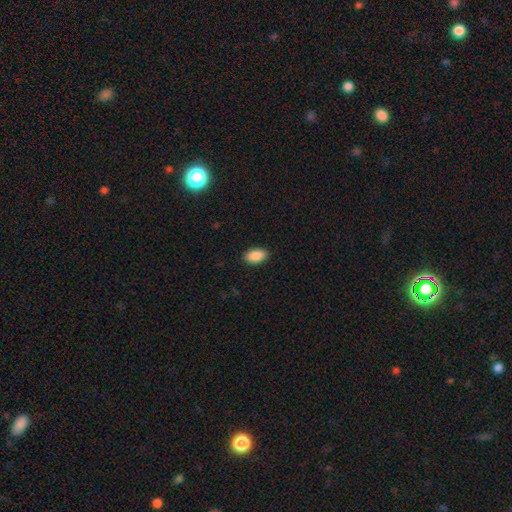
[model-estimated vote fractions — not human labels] Overall: smooth (90%). How rounded: in between (94%). Merging: none (89%).